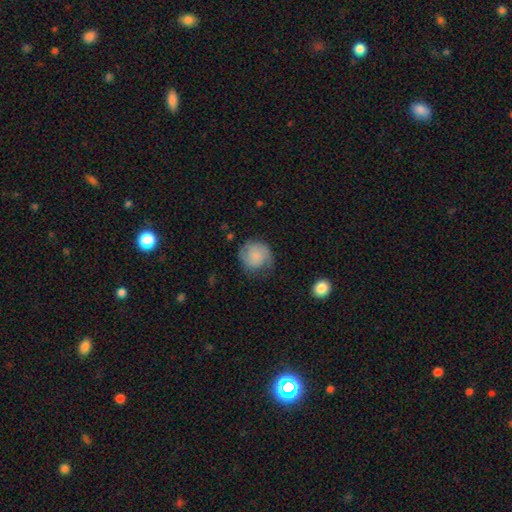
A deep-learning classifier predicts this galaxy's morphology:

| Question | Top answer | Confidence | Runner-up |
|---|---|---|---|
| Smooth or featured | smooth | 62% | featured or disk (30%) |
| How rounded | round | 86% | in between (13%) |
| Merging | none | 59% | minor disturbance (27%) |